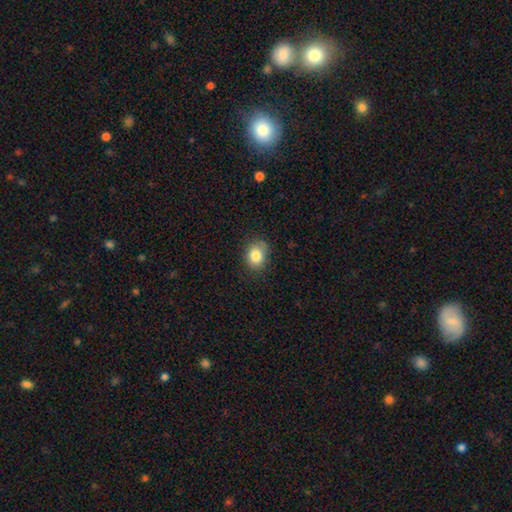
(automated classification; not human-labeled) smooth-or-featured: smooth: 84% | star or artifact: 9% | featured or disk: 7%
  how-rounded: round: 53% | in between: 46% | cigar-shaped: 1%
  merging: none: 76% | minor disturbance: 18% | major disturbance: 4% | merger: 1%